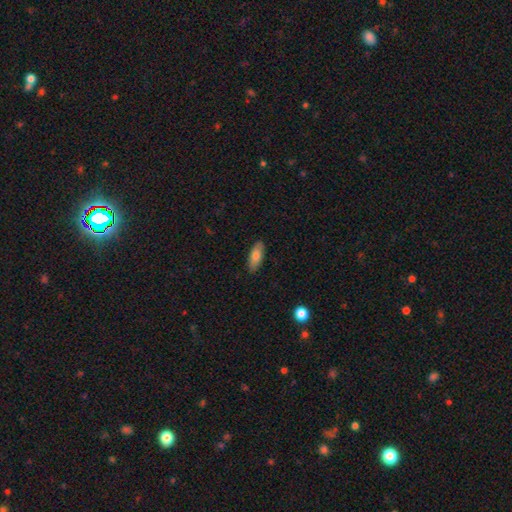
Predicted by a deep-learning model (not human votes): Smooth or featured?
  - smooth: 80% *
  - featured or disk: 14%
  - star or artifact: 6%
How rounded?
  - in between: 76% *
  - cigar-shaped: 22%
  - round: 2%
Merging?
  - none: 87% *
  - minor disturbance: 10%
  - major disturbance: 2%
  - merger: 1%